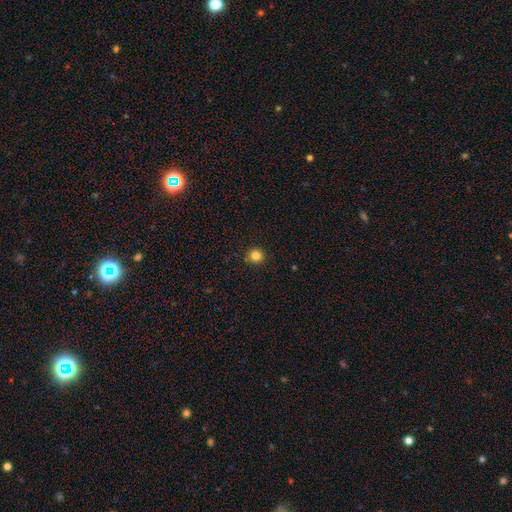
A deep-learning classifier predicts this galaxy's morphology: Smooth or featured: smooth — 83% (star or artifact — 13%)
How rounded: round — 93% (in between — 6%)
Merging: none — 91% (minor disturbance — 6%)